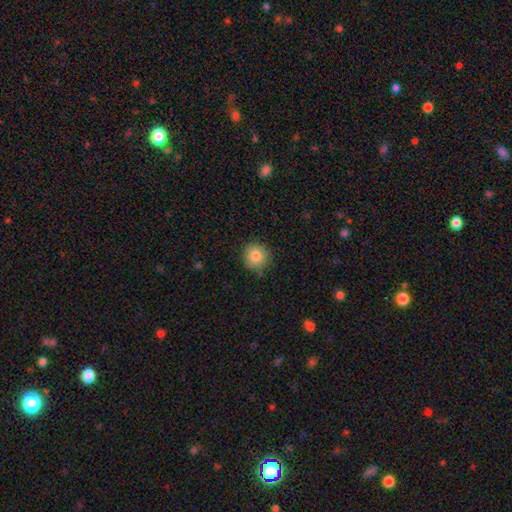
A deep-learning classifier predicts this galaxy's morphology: smooth 84%, star or artifact 9%, featured or disk 7%. Down the decision tree: how rounded — round (92%); merging — none (85%).